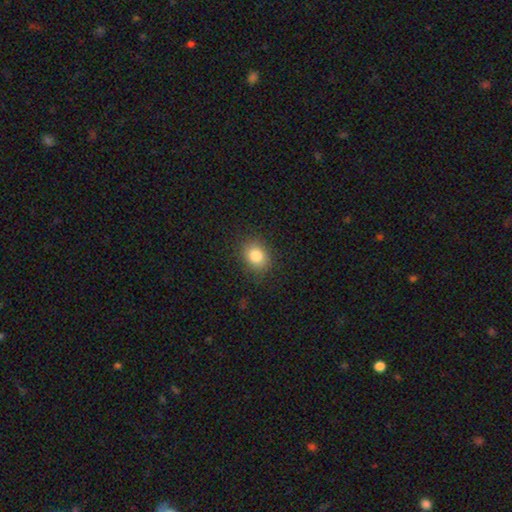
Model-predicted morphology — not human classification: Overall: smooth (84%). How rounded: in between (50%; round 49%). Merging: none (84%).